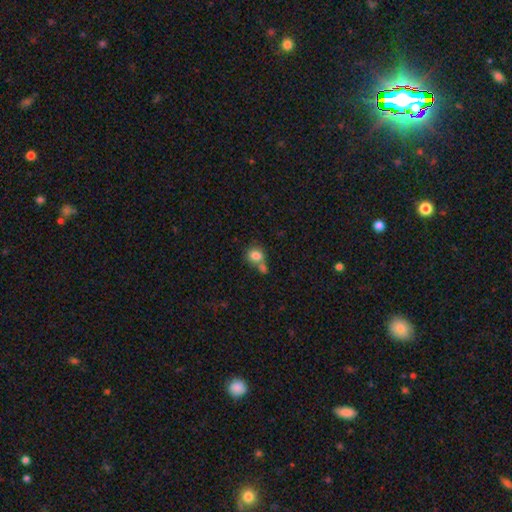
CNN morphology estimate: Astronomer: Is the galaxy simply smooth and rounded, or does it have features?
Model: smooth — 81%.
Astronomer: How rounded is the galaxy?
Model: round — 65%.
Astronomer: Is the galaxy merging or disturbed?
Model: merger — 43% (runner-up: none, 37%).